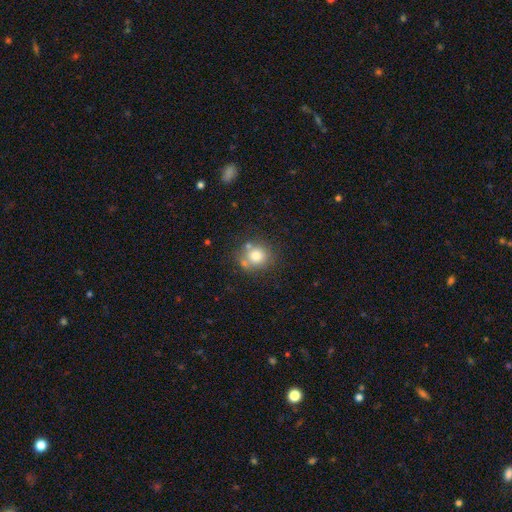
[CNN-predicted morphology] Overall: smooth (76%). How rounded: round (87%). Merging: none (66%).